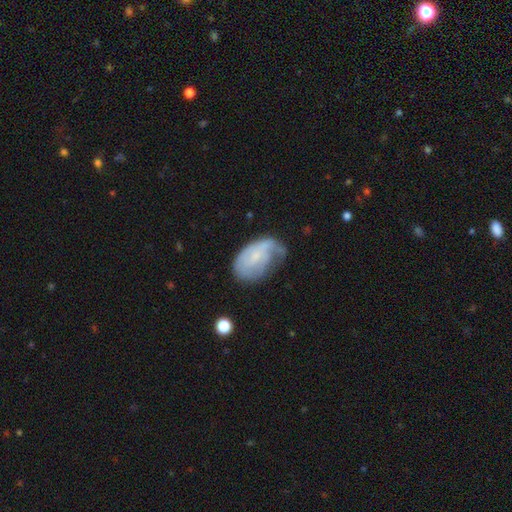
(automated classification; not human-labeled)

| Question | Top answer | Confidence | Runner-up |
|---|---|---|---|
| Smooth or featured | featured or disk | 58% | smooth (35%) |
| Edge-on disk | no | 96% | yes (4%) |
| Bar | no | 62% | weak (33%) |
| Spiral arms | yes | 77% | no (23%) |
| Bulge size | small | 62% | none (21%) |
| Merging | minor disturbance | 35% | none (32%) |